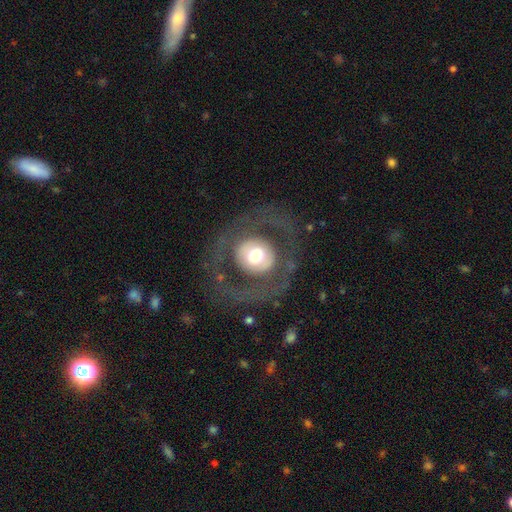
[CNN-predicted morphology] A featured or disk galaxy (51%).

Vote fractions:
- Smooth or featured? featured or disk: 51% / smooth: 40% / star or artifact: 8%
- Edge-on disk? no: 94% / yes: 6%
- Merging? none: 75% / major disturbance: 13% / minor disturbance: 10% / merger: 1%